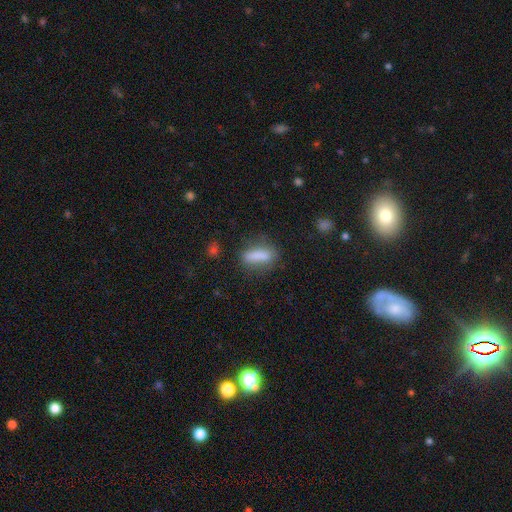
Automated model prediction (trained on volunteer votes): Smooth or featured: smooth — 78% (featured or disk — 13%)
How rounded: cigar-shaped — 57% (in between — 40%)
Merging: none — 75% (minor disturbance — 16%)